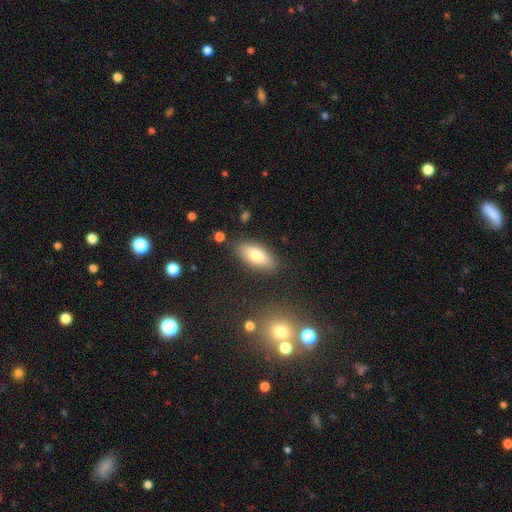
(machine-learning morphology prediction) Q: Smooth or featured?
A: smooth (75%); runner-up: featured or disk (18%)
Q: How rounded?
A: in between (84%); runner-up: cigar-shaped (13%)
Q: Merging?
A: none (84%); runner-up: minor disturbance (11%)